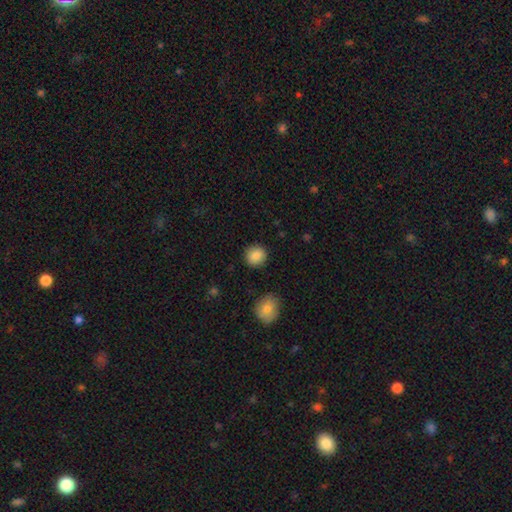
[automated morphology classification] Smooth or featured? smooth (88%)
How rounded? round (89%)
Merging? none (90%)